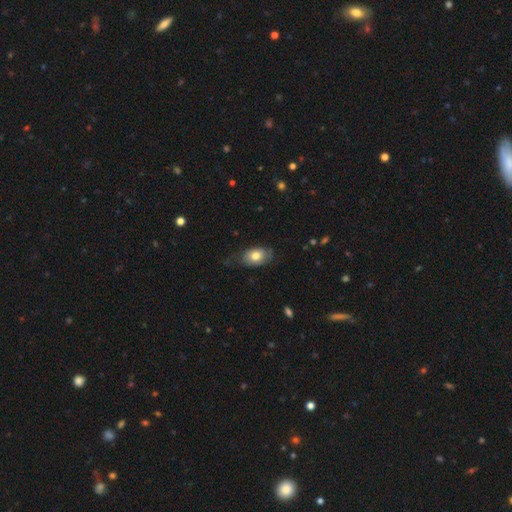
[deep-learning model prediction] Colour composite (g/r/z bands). It shows a smooth galaxy with no disk features (74%) that is in between round and cigar-shaped (87%). Merging: none (60%).